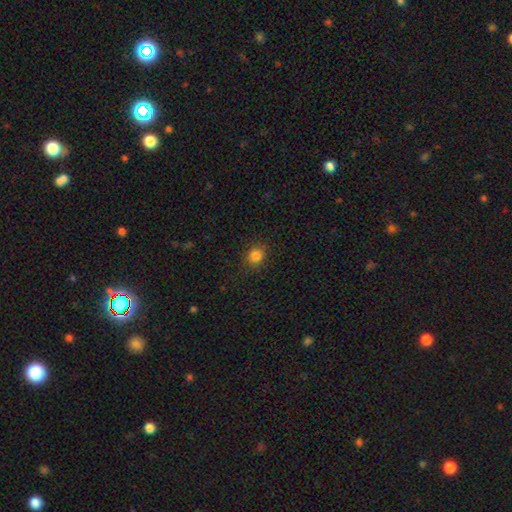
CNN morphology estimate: This appears to be a smooth galaxy with no disk features (83%) that is round (82%). Merging: none (87%).